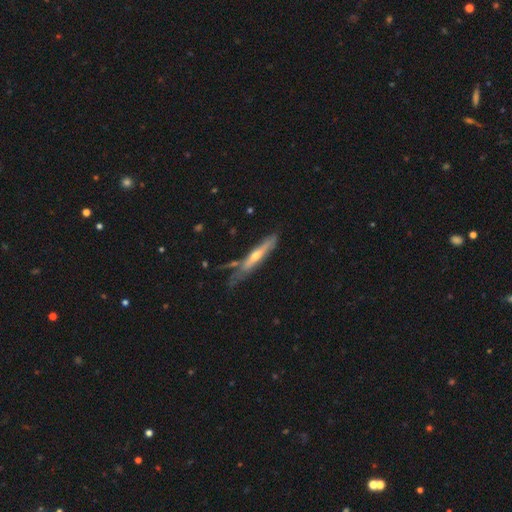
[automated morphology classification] This is likely a featured or disk galaxy (62%). It is clearly viewed edge-on (83%). Edge-on bulge: likely rounded (78%). Merging: possibly none (55%).